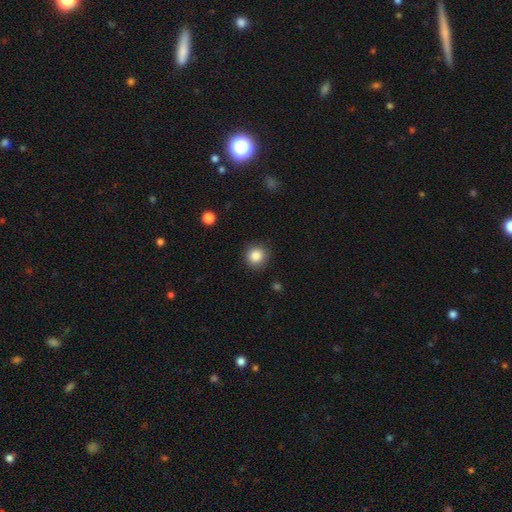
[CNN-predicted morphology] This appears to be a smooth galaxy with no disk features (86%) that is round (90%). Merging: none (87%).